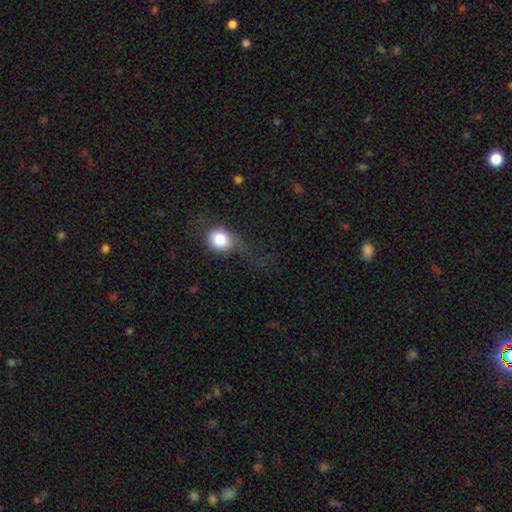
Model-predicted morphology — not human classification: smooth_or_featured: smooth (p=0.55) [alt: star or artifact p=0.28]
how_rounded: round (p=0.78) [alt: in between p=0.18]
merging: none (p=0.47) [alt: major disturbance p=0.29]